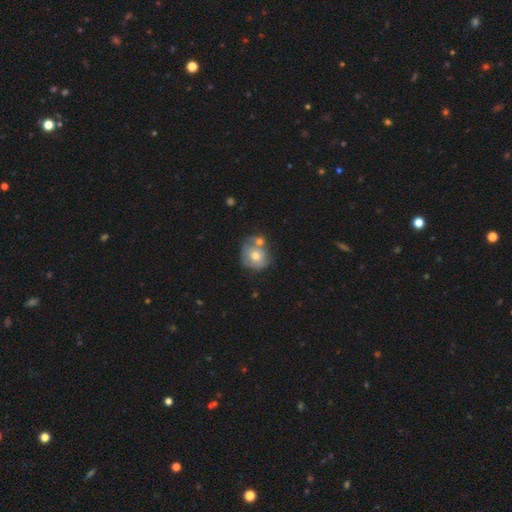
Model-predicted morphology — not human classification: The model was most divided on "merging": merger: 39%, none: 37%, minor disturbance: 17%, major disturbance: 7%. More confident: how rounded — round (76%); smooth or featured — smooth (59%).